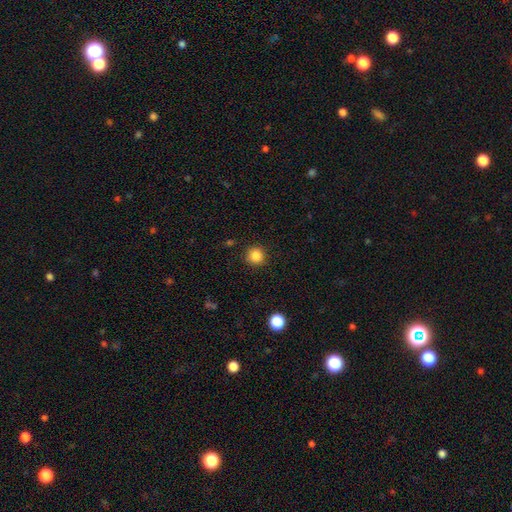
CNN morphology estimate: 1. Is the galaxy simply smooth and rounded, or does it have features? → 85% smooth, 11% star or artifact, 4% featured or disk.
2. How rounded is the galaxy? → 93% round, 6% in between, 1% cigar-shaped.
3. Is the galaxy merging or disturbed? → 90% none, 6% minor disturbance, 2% major disturbance, 1% merger.